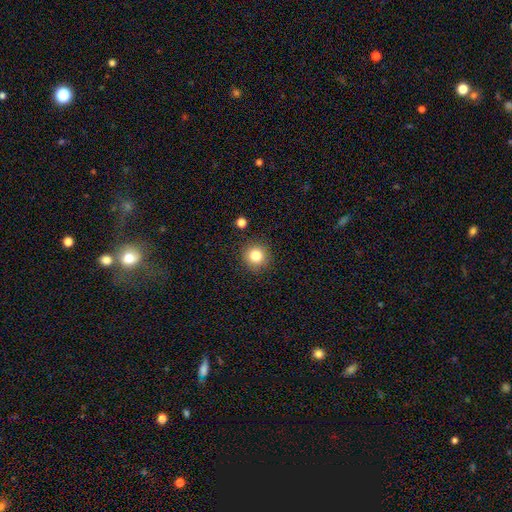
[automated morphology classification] Overall: smooth (83%). How rounded: round (92%). Merging: none (88%).